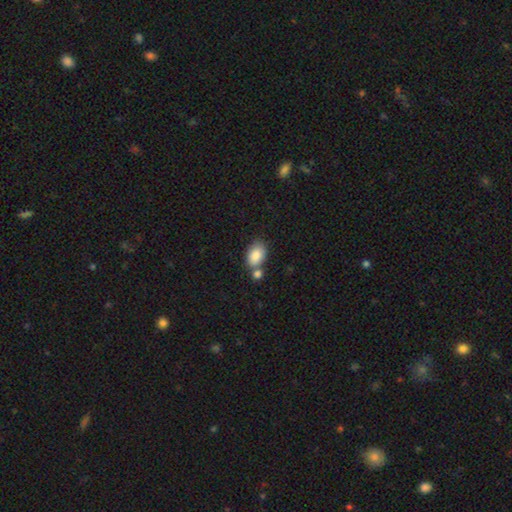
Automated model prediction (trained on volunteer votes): Q: Smooth or featured?
A: smooth (85%); runner-up: featured or disk (7%)
Q: How rounded?
A: in between (86%); runner-up: round (13%)
Q: Merging?
A: none (47%); runner-up: merger (32%)